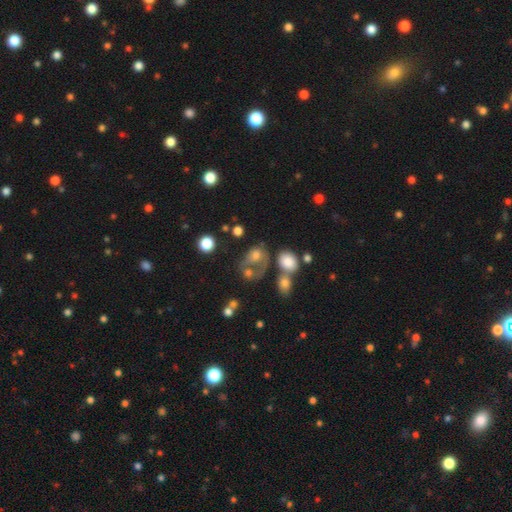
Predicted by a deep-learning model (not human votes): The model was most divided on "merging": major disturbance: 33%, merger: 27%, none: 24%, minor disturbance: 16%. More confident: smooth or featured — smooth (57%); how rounded — in between (55%).